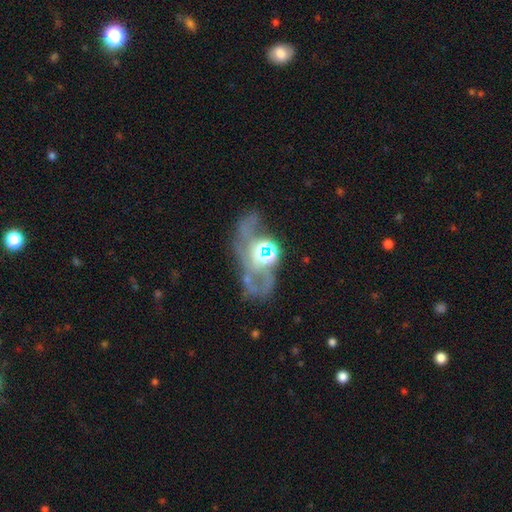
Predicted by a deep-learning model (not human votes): Smooth or featured? featured or disk (71%)
Edge-on disk? no (91%)
Bar? no (75%)
Spiral arms? yes (60%)
Bulge size? moderate (44%)
Merging? none (46%)